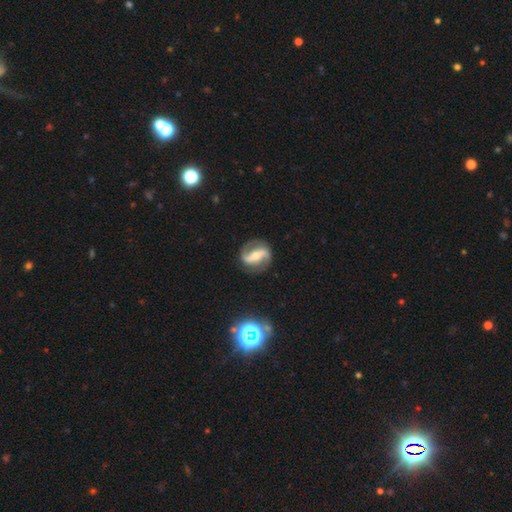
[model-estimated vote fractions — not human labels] Smooth or featured: featured or disk — 86% (smooth — 8%)
Edge-on disk: no — 96% (yes — 4%)
Bar: strong — 62% (weak — 24%)
Spiral arms: yes — 93% (no — 7%)
Spiral winding: medium — 43% (loose — 37%)
Spiral arm count: 2 — 92% (can't tell — 3%)
Bulge size: moderate — 53% (small — 38%)
Merging: none — 84% (minor disturbance — 10%)